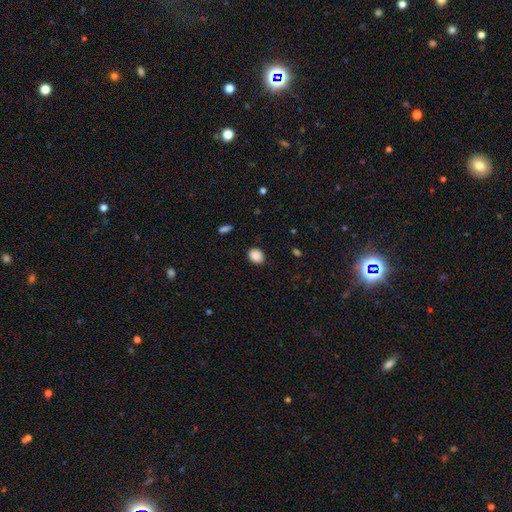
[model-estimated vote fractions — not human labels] A smooth galaxy with no disk features (88%) that is round (50%).

Vote fractions:
- Smooth or featured? smooth: 88% / star or artifact: 9% / featured or disk: 3%
- How rounded? round: 50% / in between: 49% / cigar-shaped: 1%
- Merging? none: 86% / minor disturbance: 11% / major disturbance: 3% / merger: 1%